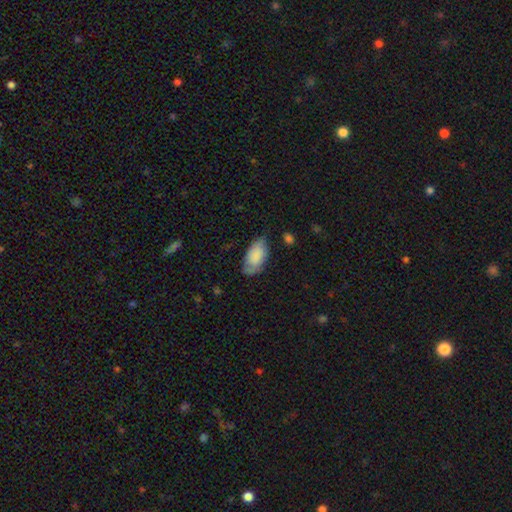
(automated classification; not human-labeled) smooth 77%, featured or disk 16%, star or artifact 6%. Down the decision tree: how rounded — in between (95%); merging — none (62%).